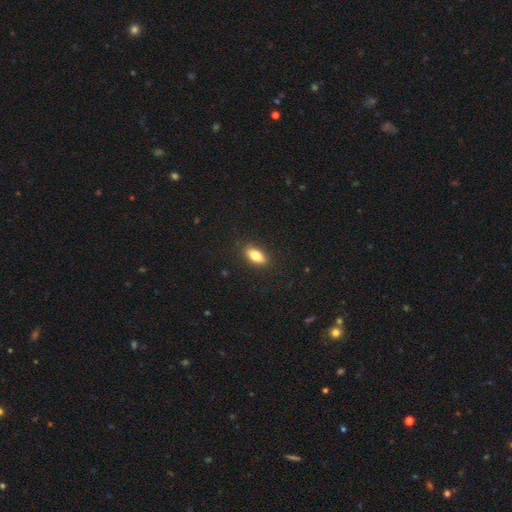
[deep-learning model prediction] smooth 78%, featured or disk 14%, star or artifact 7%. Down the decision tree: how rounded — in between (86%); merging — none (88%).